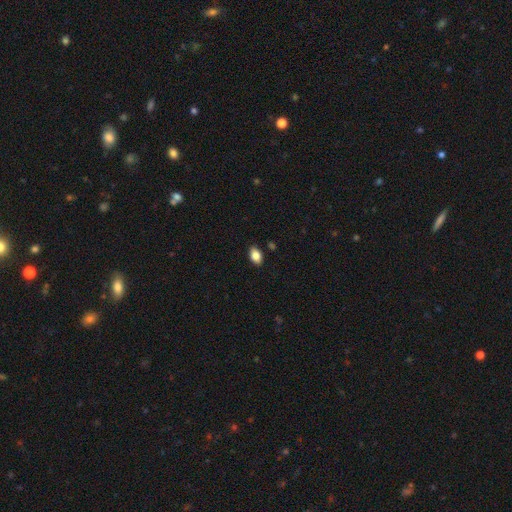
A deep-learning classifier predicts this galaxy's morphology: smooth-or-featured: smooth: 84% | star or artifact: 8% | featured or disk: 8%
  how-rounded: in between: 89% | round: 9% | cigar-shaped: 2%
  merging: none: 88% | minor disturbance: 9% | major disturbance: 2% | merger: 1%